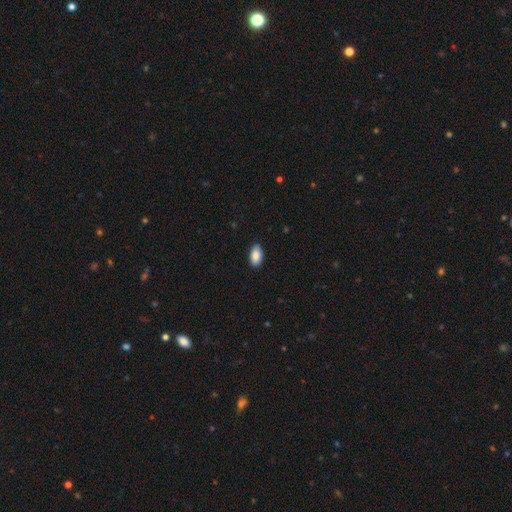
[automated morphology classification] smooth-or-featured: smooth: 87% | star or artifact: 7% | featured or disk: 6%
  how-rounded: in between: 94% | round: 3% | cigar-shaped: 3%
  merging: none: 86% | minor disturbance: 12% | major disturbance: 2% | merger: 1%